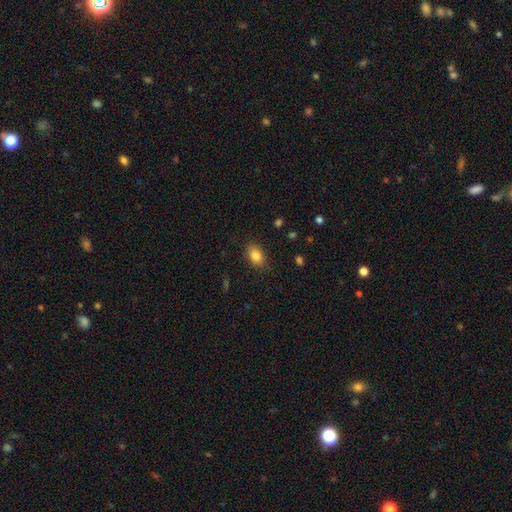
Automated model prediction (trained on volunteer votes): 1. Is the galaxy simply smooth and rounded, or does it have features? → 84% smooth, 9% star or artifact, 7% featured or disk.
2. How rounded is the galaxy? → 82% in between, 17% round, 1% cigar-shaped.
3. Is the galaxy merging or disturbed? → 85% none, 11% minor disturbance, 3% major disturbance, 1% merger.